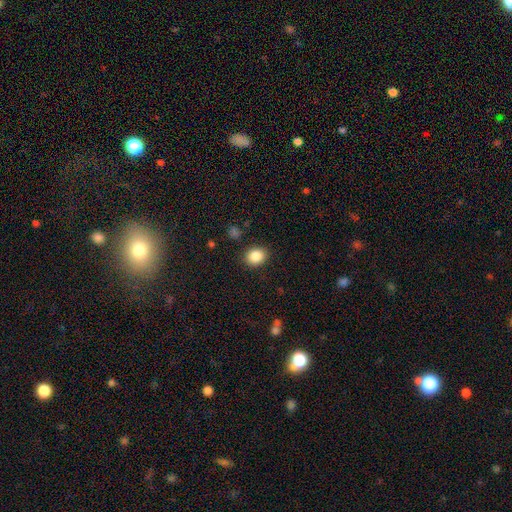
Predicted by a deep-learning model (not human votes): Smooth or featured? Predicted: smooth (p=0.86). How rounded? Predicted: round (p=0.57). Merging? Predicted: none (p=0.88).